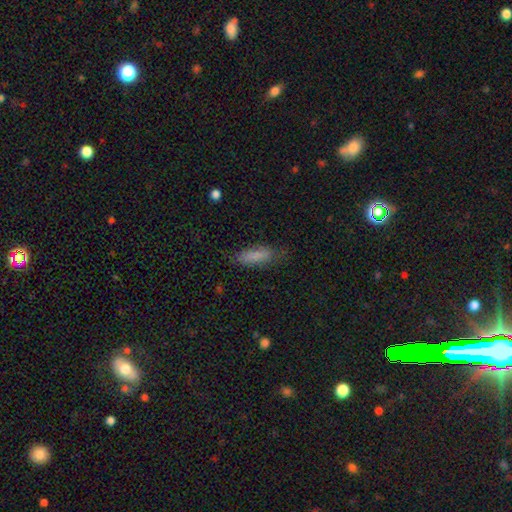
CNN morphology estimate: Q: Smooth or featured?
A: smooth (82%); runner-up: featured or disk (10%)
Q: How rounded?
A: cigar-shaped (50%); runner-up: in between (48%)
Q: Merging?
A: none (76%); runner-up: minor disturbance (18%)